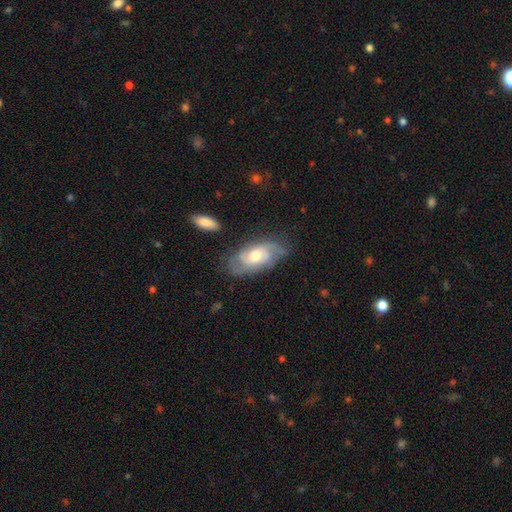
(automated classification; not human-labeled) Smooth or featured? featured or disk (72%)
Edge-on disk? no (92%)
Bar? no (67%)
Spiral arms? yes (90%)
Spiral winding? tight (46%)
Spiral arm count? 2 (36%)
Bulge size? moderate (68%)
Merging? none (68%)